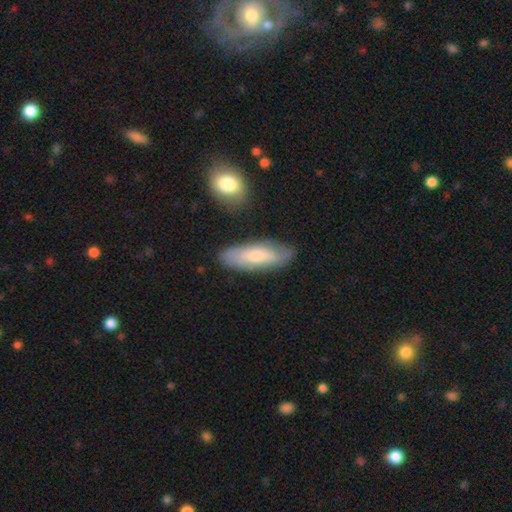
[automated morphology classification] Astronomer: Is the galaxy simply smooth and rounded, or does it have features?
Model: smooth — 58% (runner-up: featured or disk, 36%).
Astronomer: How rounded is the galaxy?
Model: in between — 60% (runner-up: cigar-shaped, 38%).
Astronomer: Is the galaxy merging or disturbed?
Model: none — 77%.